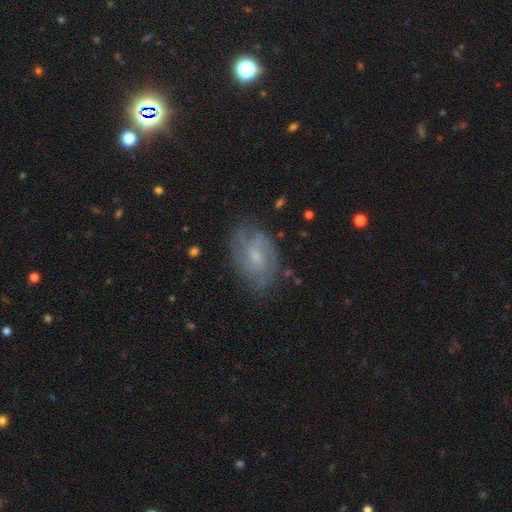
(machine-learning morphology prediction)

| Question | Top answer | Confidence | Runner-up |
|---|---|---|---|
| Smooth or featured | featured or disk | 76% | smooth (16%) |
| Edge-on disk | no | 97% | yes (3%) |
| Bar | no | 50% | weak (43%) |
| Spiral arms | yes | 91% | no (9%) |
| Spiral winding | medium | 46% | tight (34%) |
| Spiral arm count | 2 | 37% | can't tell (29%) |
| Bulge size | small | 59% | moderate (29%) |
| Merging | none | 72% | minor disturbance (19%) |